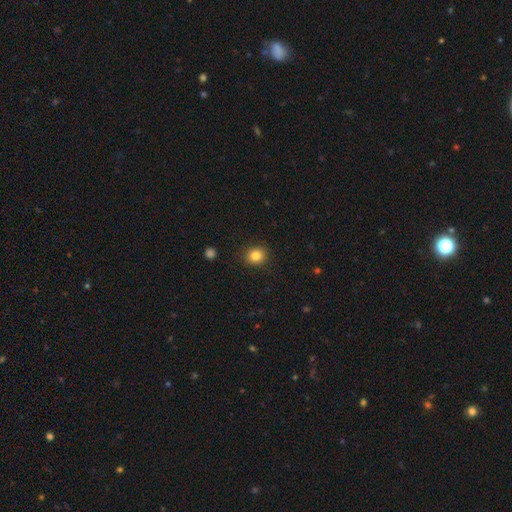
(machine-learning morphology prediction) Smooth or featured?
  - smooth: 83% *
  - star or artifact: 11%
  - featured or disk: 6%
How rounded?
  - round: 79% *
  - in between: 20%
  - cigar-shaped: 1%
Merging?
  - none: 89% *
  - minor disturbance: 8%
  - major disturbance: 2%
  - merger: 1%